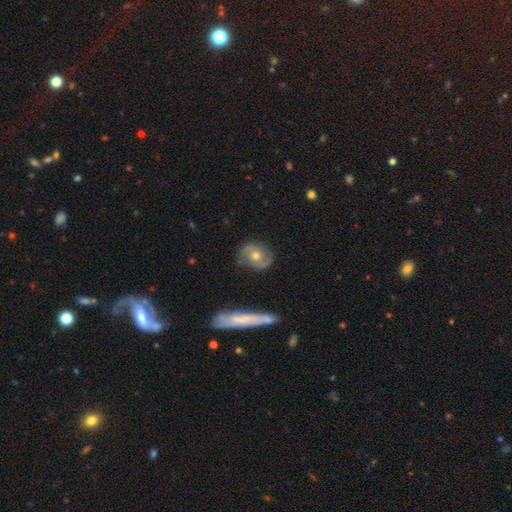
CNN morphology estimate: The model was most divided on "spiral winding": medium: 42%, tight: 35%, loose: 22%. More confident: edge-on disk — no (92%); spiral arms — yes (85%); spiral arm count — 2 (79%); merging — none (78%); bar — no (72%); smooth or featured — featured or disk (69%); bulge size — moderate (65%).